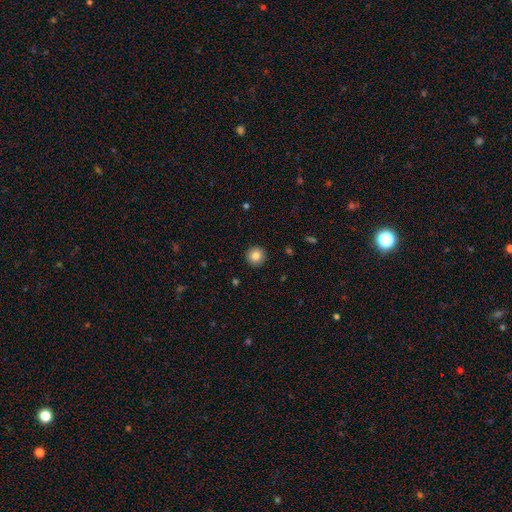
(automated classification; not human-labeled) This is clearly a smooth galaxy (83%). How rounded: clearly round (95%). Merging: clearly none (92%).